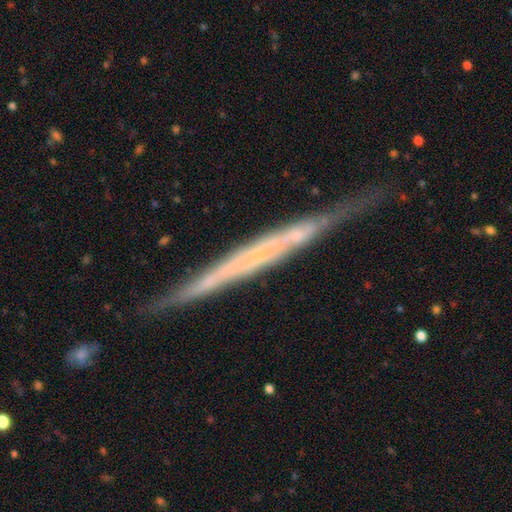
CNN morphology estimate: A featured or disk galaxy (72%) viewed edge-on (96%) with no central bulge (80%).

Vote fractions:
- Smooth or featured? featured or disk: 72% / smooth: 21% / star or artifact: 7%
- Edge-on disk? yes: 96% / no: 4%
- Edge-on bulge? none: 80% / boxy: 11% / rounded: 10%
- Merging? none: 79% / minor disturbance: 16% / major disturbance: 3% / merger: 2%